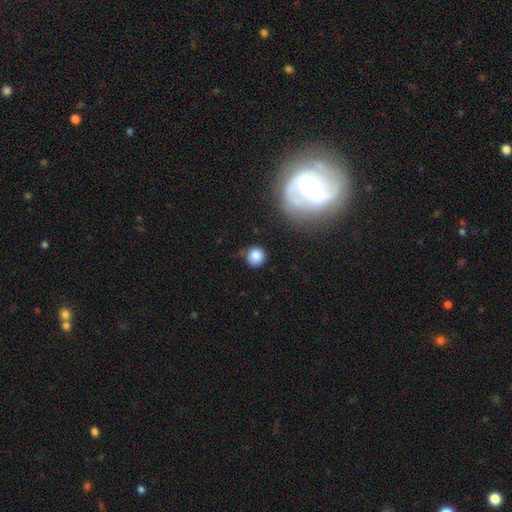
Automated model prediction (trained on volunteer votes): Morphology: type=smooth (84%); roundness=round (92%); merging=none (74%).